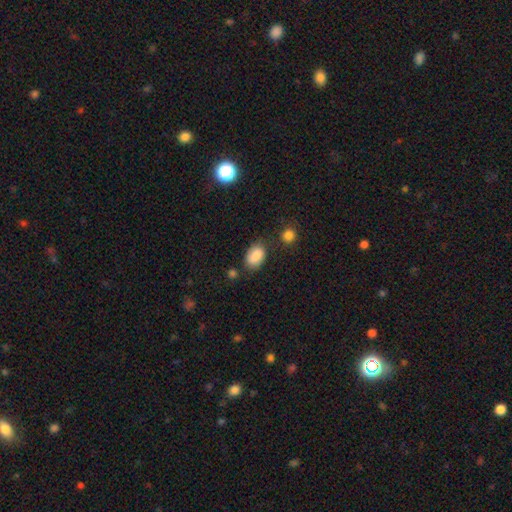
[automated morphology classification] A smooth galaxy with no disk features (87%) that is in between round and cigar-shaped (89%). Merging: none (70%).